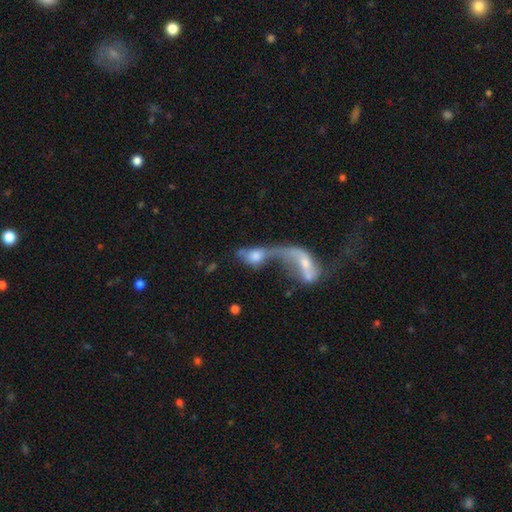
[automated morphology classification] Smooth or featured? smooth (46%)
Merging? merger (76%)